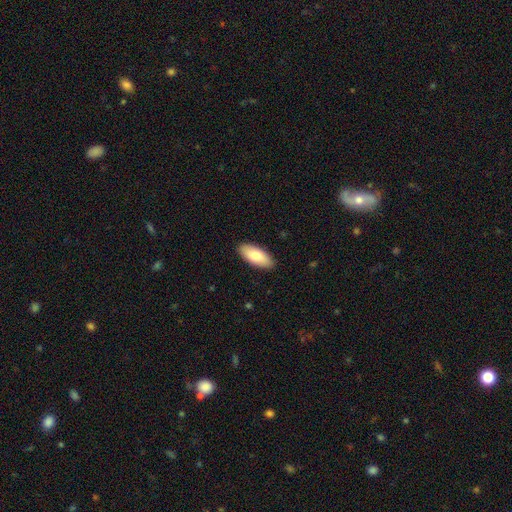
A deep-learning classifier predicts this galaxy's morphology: Smooth or featured: smooth — 79% (featured or disk — 15%)
How rounded: in between — 86% (cigar-shaped — 12%)
Merging: none — 90% (minor disturbance — 8%)